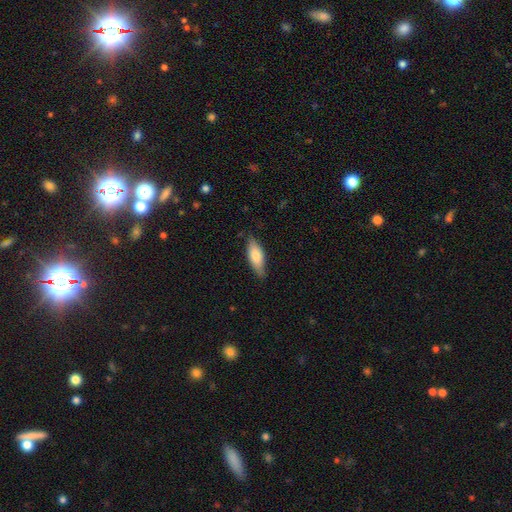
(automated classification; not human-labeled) The model was most divided on "how rounded": in between: 67%, cigar-shaped: 30%, round: 2%. More confident: merging — none (78%); smooth or featured — smooth (74%).